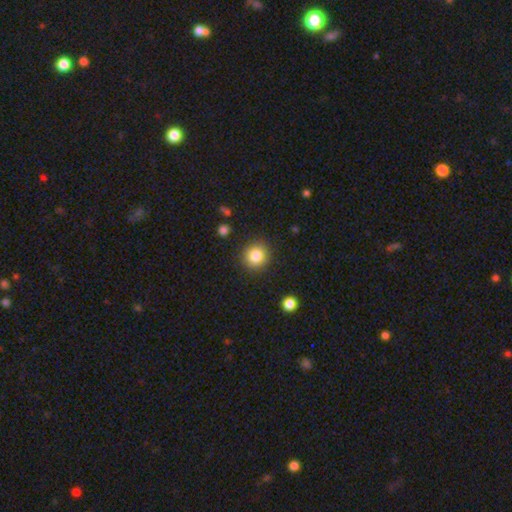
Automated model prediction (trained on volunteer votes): smooth-or-featured: smooth: 83% | star or artifact: 10% | featured or disk: 6%
  how-rounded: round: 91% | in between: 8% | cigar-shaped: 1%
  merging: none: 90% | minor disturbance: 7% | major disturbance: 2% | merger: 1%